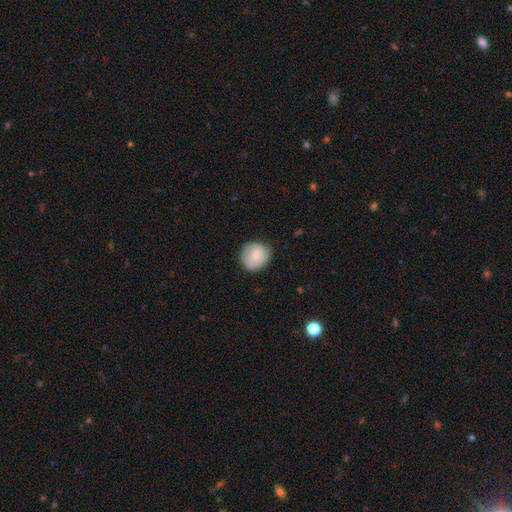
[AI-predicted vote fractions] smooth_or_featured: smooth (p=0.80) [alt: featured or disk p=0.13]
how_rounded: round (p=0.88) [alt: in between p=0.11]
merging: none (p=0.77) [alt: minor disturbance p=0.18]